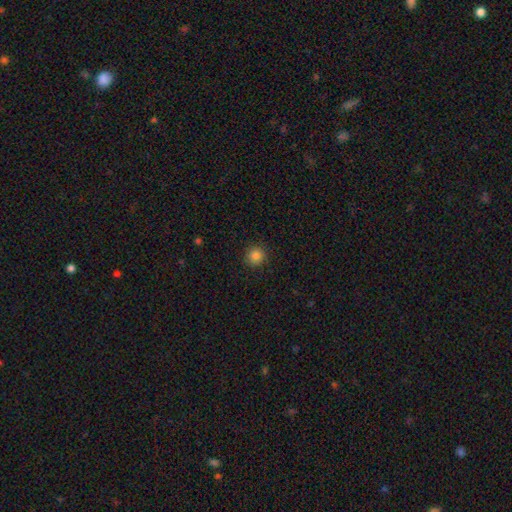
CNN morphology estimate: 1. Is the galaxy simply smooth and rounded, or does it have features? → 84% smooth, 12% star or artifact, 4% featured or disk.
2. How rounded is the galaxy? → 94% round, 5% in between, 1% cigar-shaped.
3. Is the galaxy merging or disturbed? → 91% none, 6% minor disturbance, 2% major disturbance, 1% merger.